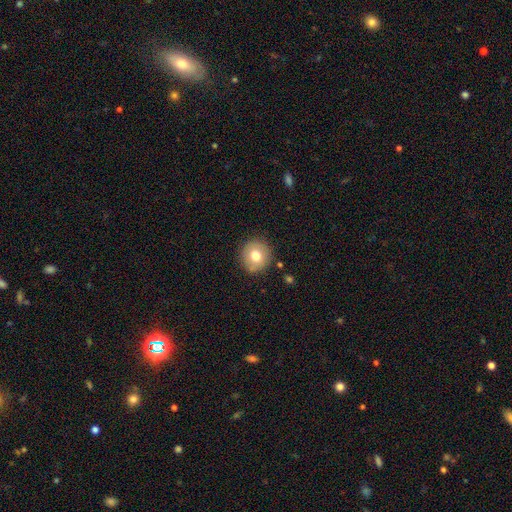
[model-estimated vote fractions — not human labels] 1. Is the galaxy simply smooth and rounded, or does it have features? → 74% smooth, 16% featured or disk, 9% star or artifact.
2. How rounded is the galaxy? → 92% round, 7% in between, 1% cigar-shaped.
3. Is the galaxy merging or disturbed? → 87% none, 9% minor disturbance, 2% major disturbance, 2% merger.